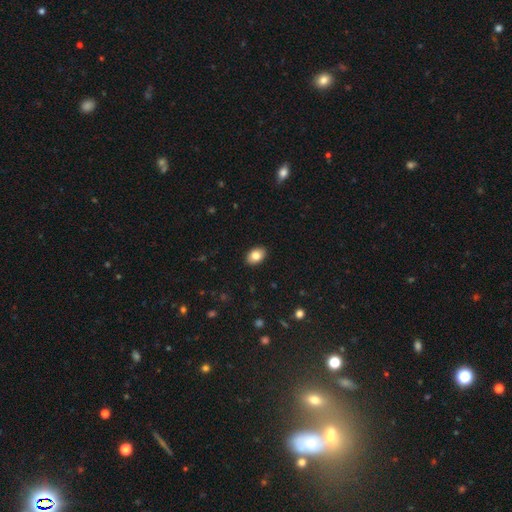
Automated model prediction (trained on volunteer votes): This appears to be a smooth galaxy with no disk features (83%) that is in between round and cigar-shaped (84%). Merging: none (90%).